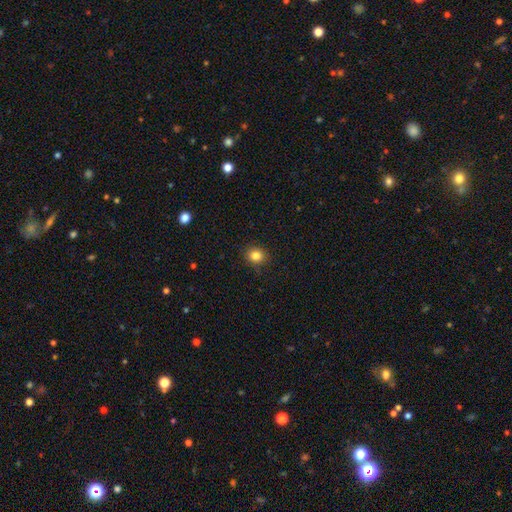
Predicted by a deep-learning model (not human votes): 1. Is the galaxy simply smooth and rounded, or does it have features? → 84% smooth, 11% star or artifact, 5% featured or disk.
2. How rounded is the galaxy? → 78% round, 21% in between, 1% cigar-shaped.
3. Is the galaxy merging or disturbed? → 89% none, 7% minor disturbance, 2% major disturbance, 1% merger.